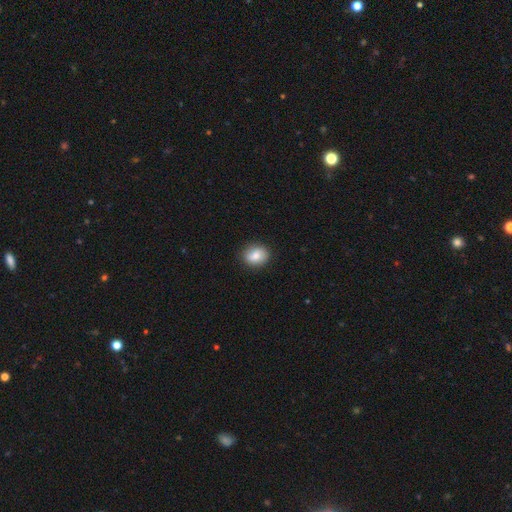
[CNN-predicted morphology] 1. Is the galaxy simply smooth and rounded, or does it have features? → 80% smooth, 12% featured or disk, 8% star or artifact.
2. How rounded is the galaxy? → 65% round, 34% in between, 1% cigar-shaped.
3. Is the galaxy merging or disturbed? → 86% none, 11% minor disturbance, 2% major disturbance, 1% merger.